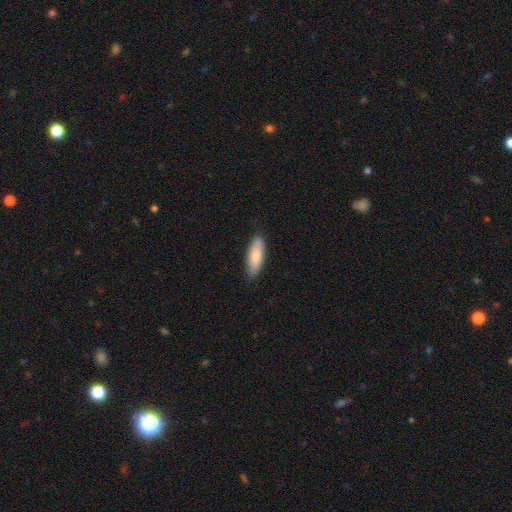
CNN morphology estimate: This appears to be a smooth galaxy with no disk features (80%) that is in between round and cigar-shaped (61%). Merging: none (86%).